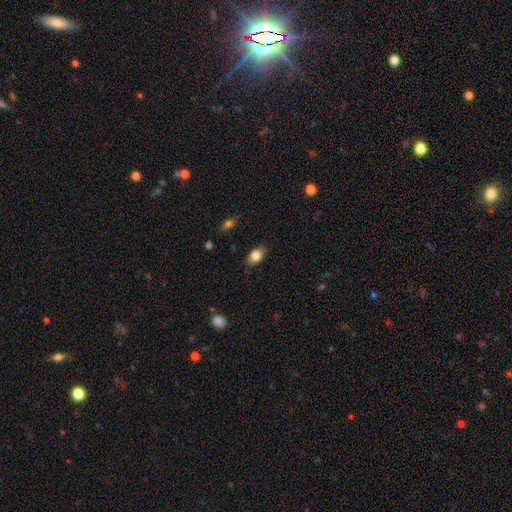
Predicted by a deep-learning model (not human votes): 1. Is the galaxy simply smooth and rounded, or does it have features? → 82% smooth, 10% featured or disk, 8% star or artifact.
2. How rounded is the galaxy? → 86% in between, 11% round, 3% cigar-shaped.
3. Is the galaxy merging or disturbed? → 82% none, 14% minor disturbance, 3% major disturbance, 1% merger.